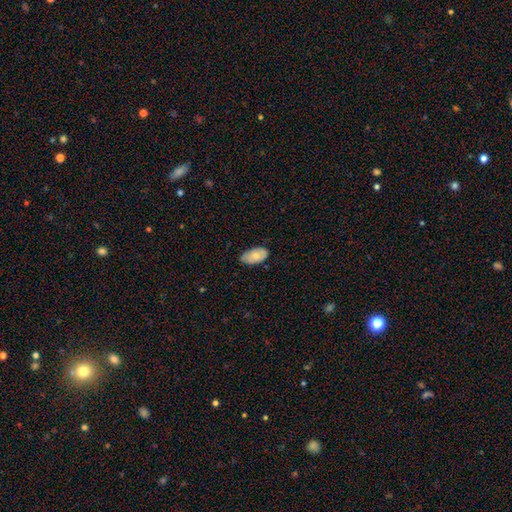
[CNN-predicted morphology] Q: Smooth or featured?
A: smooth (74%); runner-up: featured or disk (20%)
Q: How rounded?
A: in between (94%); runner-up: round (4%)
Q: Merging?
A: none (73%); runner-up: minor disturbance (23%)